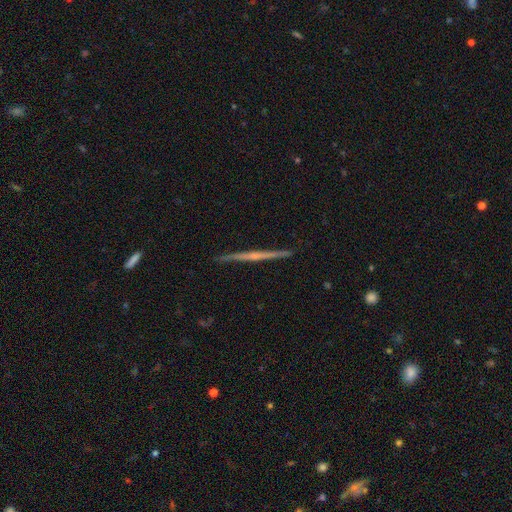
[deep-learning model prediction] This appears to be a featured or disk galaxy (74%) viewed edge-on (98%) with no central bulge (58%). Merging: none (91%).